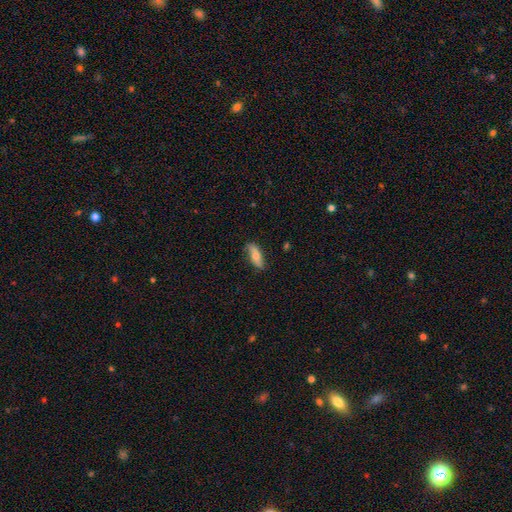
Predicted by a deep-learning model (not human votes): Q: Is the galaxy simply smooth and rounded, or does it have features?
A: smooth — 58%.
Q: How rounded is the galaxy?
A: in between — 61%.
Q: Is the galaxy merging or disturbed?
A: none — 76%.